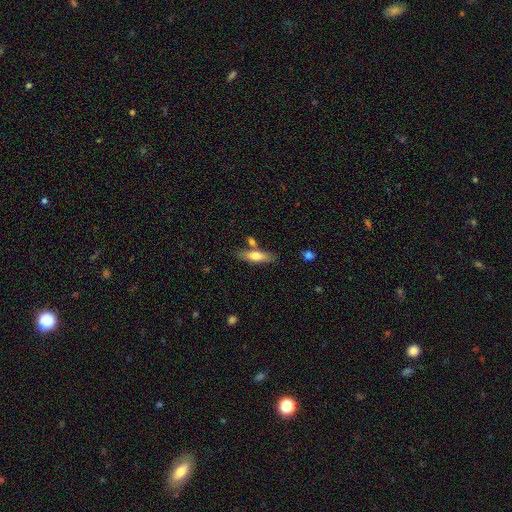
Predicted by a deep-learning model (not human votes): Morphology: type=smooth (62%); roundness=cigar-shaped (58%); merging=none (71%).